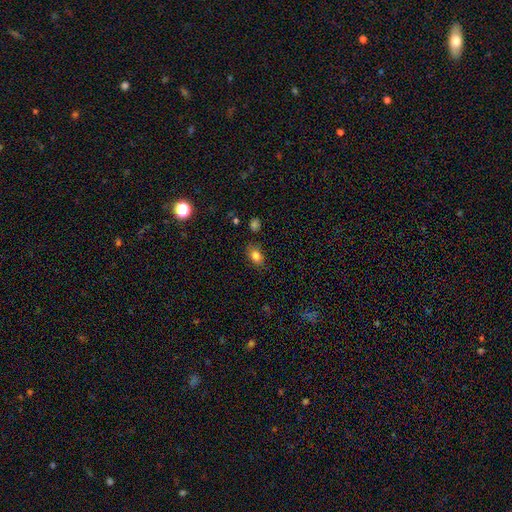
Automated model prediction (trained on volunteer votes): smooth 81%, star or artifact 10%, featured or disk 9%. Down the decision tree: how rounded — in between (79%); merging — none (79%).